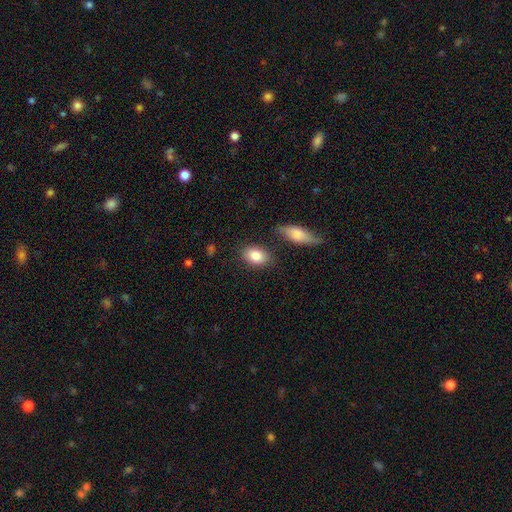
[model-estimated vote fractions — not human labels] Overall: smooth (83%). How rounded: in between (80%). Merging: none (79%).